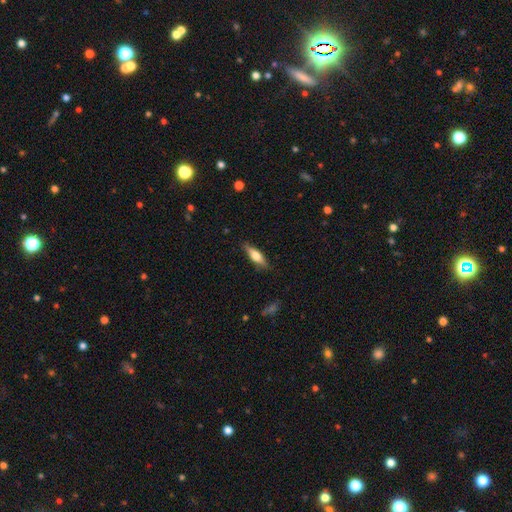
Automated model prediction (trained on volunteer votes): Smooth or featured?
  - smooth: 50% *
  - featured or disk: 44%
  - star or artifact: 6%
How rounded?
  - cigar-shaped: 62% *
  - in between: 36%
  - round: 2%
Merging?
  - none: 85% *
  - minor disturbance: 11%
  - major disturbance: 2%
  - merger: 1%